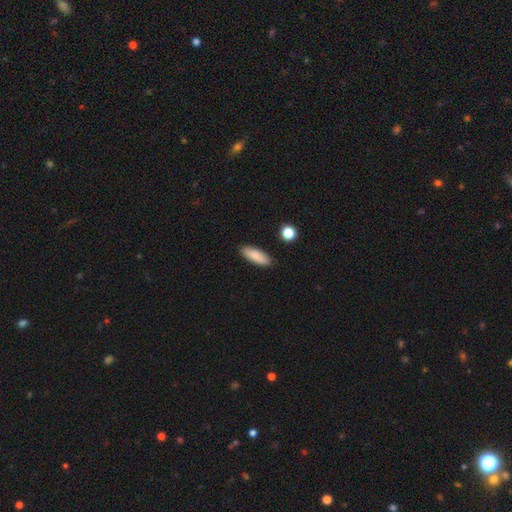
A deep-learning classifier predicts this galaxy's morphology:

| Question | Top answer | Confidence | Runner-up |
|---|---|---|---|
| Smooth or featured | smooth | 85% | featured or disk (8%) |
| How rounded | in between | 59% | cigar-shaped (39%) |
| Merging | none | 87% | minor disturbance (9%) |